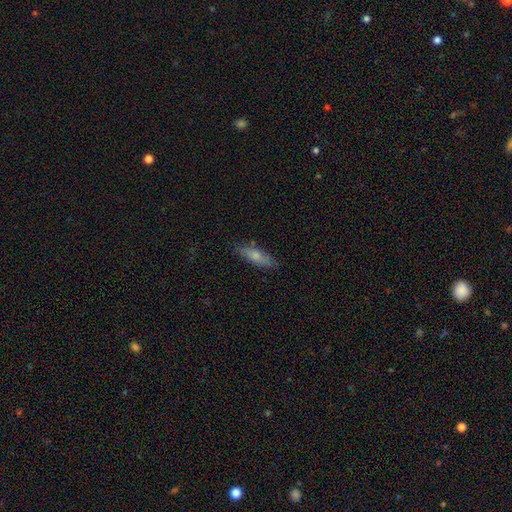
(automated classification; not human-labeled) Smooth or featured? Predicted: smooth (p=0.71). How rounded? Predicted: cigar-shaped (p=0.54). Merging? Predicted: none (p=0.82).